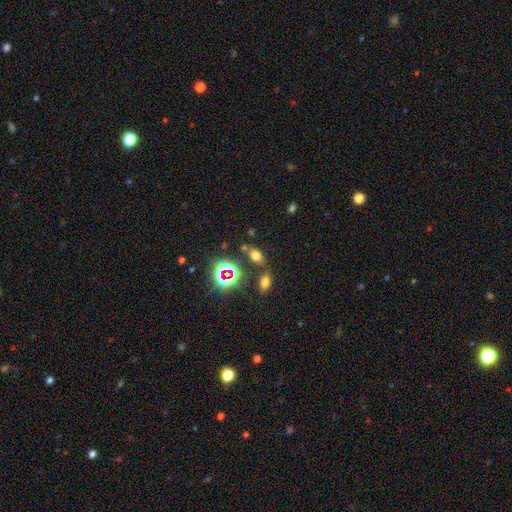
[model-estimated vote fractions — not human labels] Smooth or featured? smooth (62%)
How rounded? in between (81%)
Merging? none (69%)